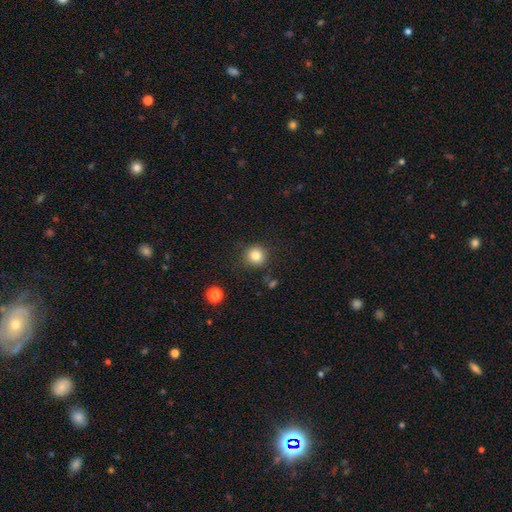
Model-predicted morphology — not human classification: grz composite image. It shows a smooth galaxy with no disk features (83%) that is round (93%). Merging: none (86%).